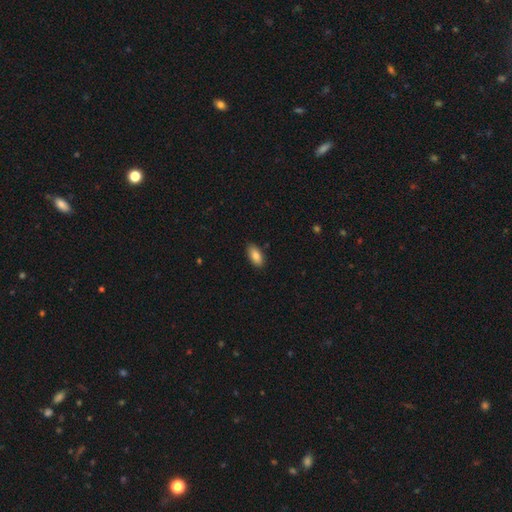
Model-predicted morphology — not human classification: type=smooth (84%); roundness=in between (91%); merging=none (87%).